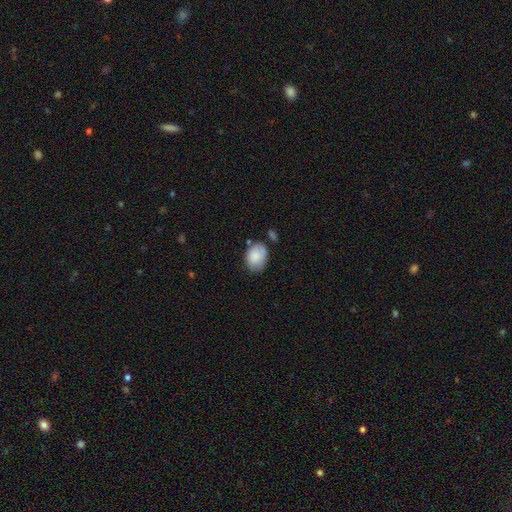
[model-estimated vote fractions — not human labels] Smooth or featured: smooth — 84% (featured or disk — 9%)
How rounded: in between — 73% (round — 26%)
Merging: none — 60% (minor disturbance — 26%)